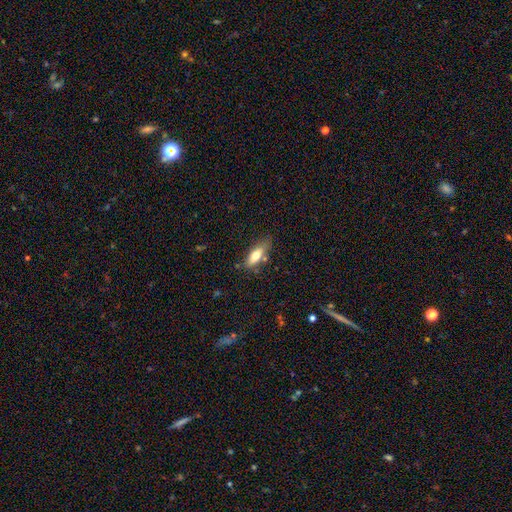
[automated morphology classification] Smooth or featured? Predicted: smooth (p=0.68). How rounded? Predicted: in between (p=0.64). Merging? Predicted: none (p=0.67).